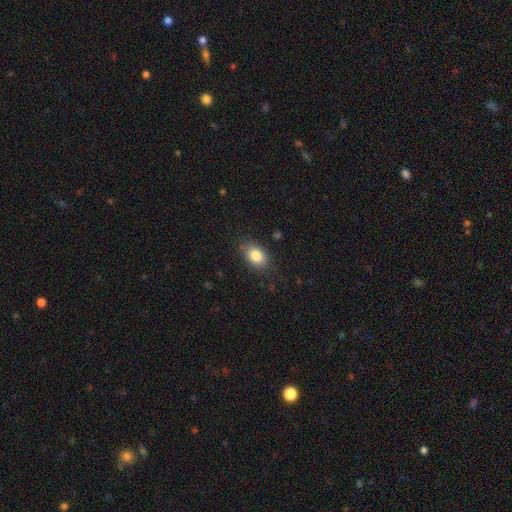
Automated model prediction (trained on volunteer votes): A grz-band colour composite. It shows a smooth galaxy with no disk features (83%) that is in between round and cigar-shaped (80%). Merging: none (81%).